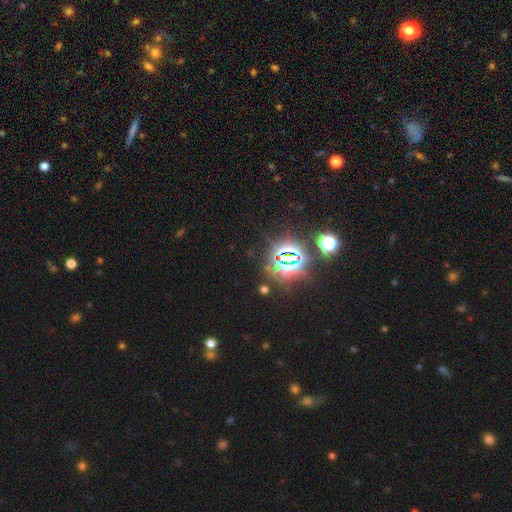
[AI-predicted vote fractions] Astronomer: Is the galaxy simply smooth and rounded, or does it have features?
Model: star or artifact — 81%.